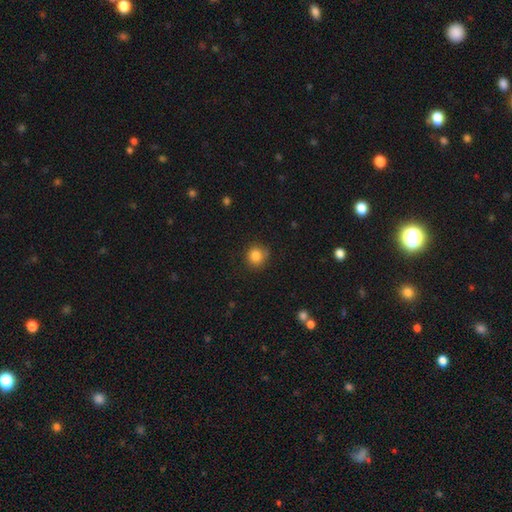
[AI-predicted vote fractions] Overall: smooth (84%). How rounded: round (89%). Merging: none (79%).